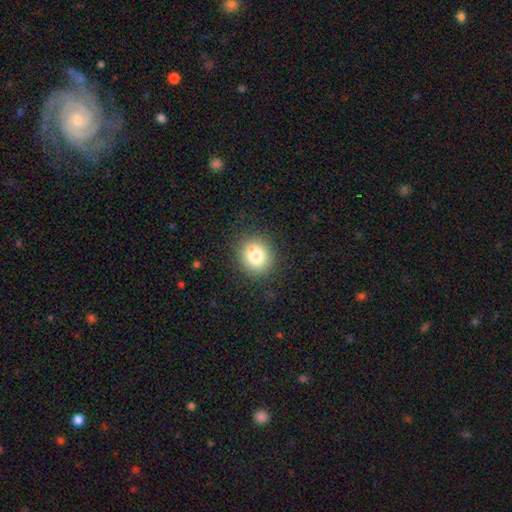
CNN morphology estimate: A smooth galaxy with no disk features (78%) that is round (76%).

Vote fractions:
- Smooth or featured? smooth: 78% / star or artifact: 11% / featured or disk: 11%
- How rounded? round: 76% / in between: 23% / cigar-shaped: 1%
- Merging? none: 82% / minor disturbance: 11% / major disturbance: 4% / merger: 3%